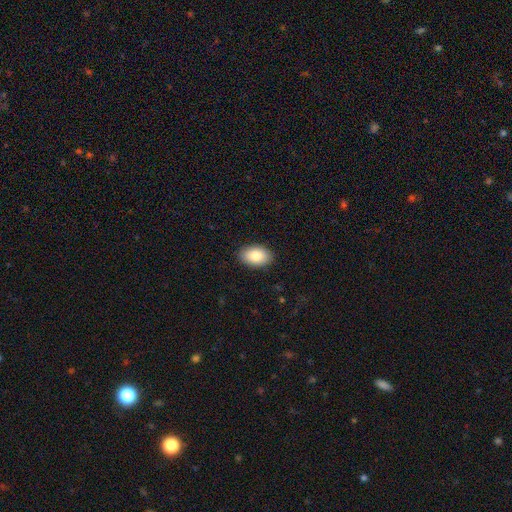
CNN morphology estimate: A smooth galaxy with no disk features (86%) that is in between round and cigar-shaped (91%).

Vote fractions:
- Smooth or featured? smooth: 86% / featured or disk: 8% / star or artifact: 7%
- How rounded? in between: 91% / round: 8% / cigar-shaped: 1%
- Merging? none: 89% / minor disturbance: 8% / major disturbance: 2% / merger: 1%